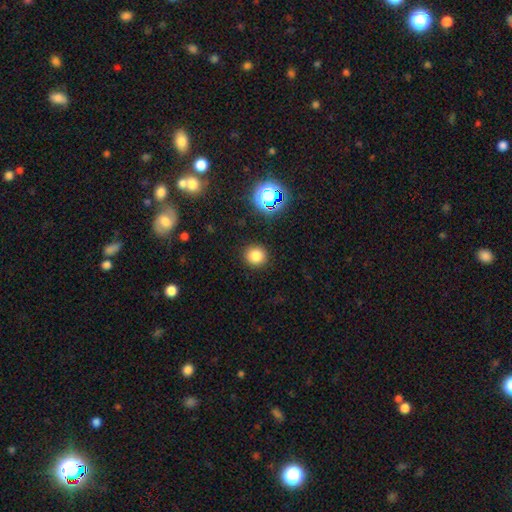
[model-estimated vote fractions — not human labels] The model was most divided on "smooth or featured": smooth: 79%, star or artifact: 16%, featured or disk: 5%. More confident: how rounded — round (90%); merging — none (90%).